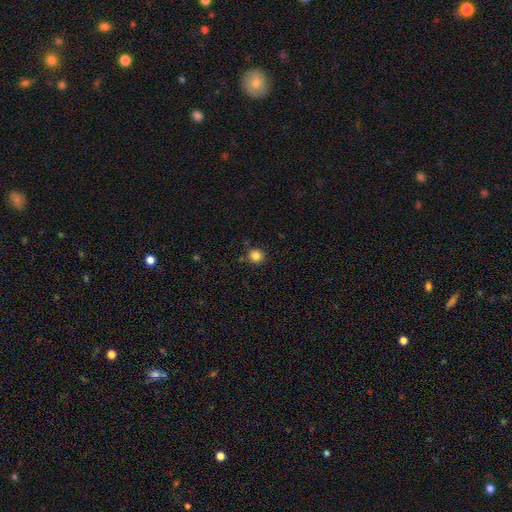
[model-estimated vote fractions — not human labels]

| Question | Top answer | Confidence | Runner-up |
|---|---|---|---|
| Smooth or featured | smooth | 84% | star or artifact (12%) |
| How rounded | round | 91% | in between (8%) |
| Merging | none | 85% | minor disturbance (9%) |